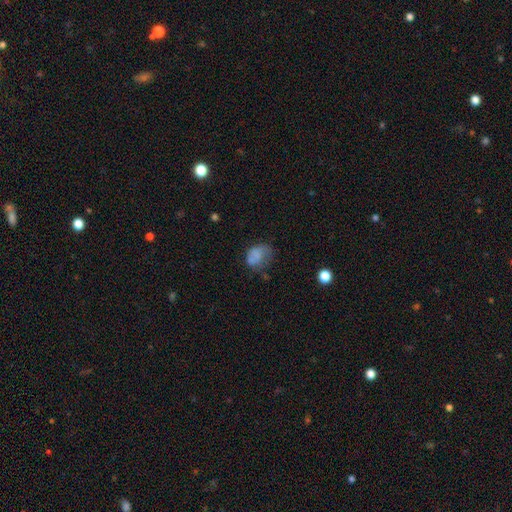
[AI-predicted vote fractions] Smooth or featured? smooth (67%)
How rounded? in between (56%)
Merging? none (37%)